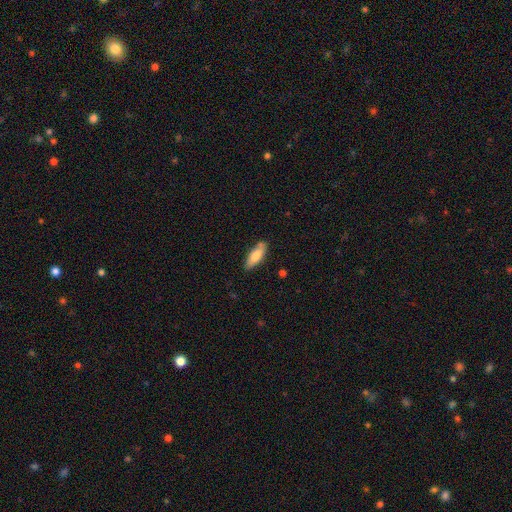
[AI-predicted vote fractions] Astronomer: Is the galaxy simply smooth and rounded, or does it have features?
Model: smooth — 74%.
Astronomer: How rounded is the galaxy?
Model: in between — 57% (runner-up: cigar-shaped, 42%).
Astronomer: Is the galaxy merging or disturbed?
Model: none — 77%.